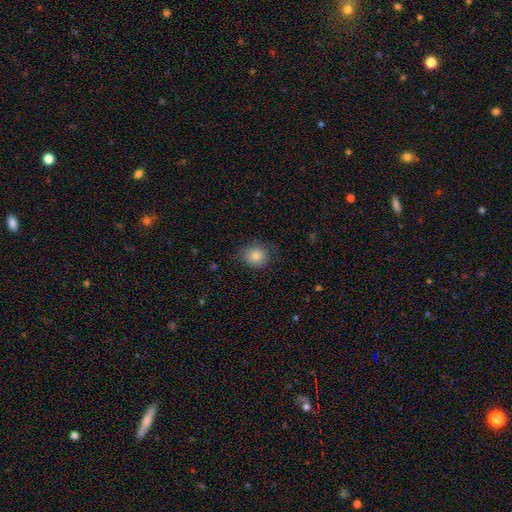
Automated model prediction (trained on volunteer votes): Morphology: type=smooth (81%); roundness=round (73%); merging=none (74%).